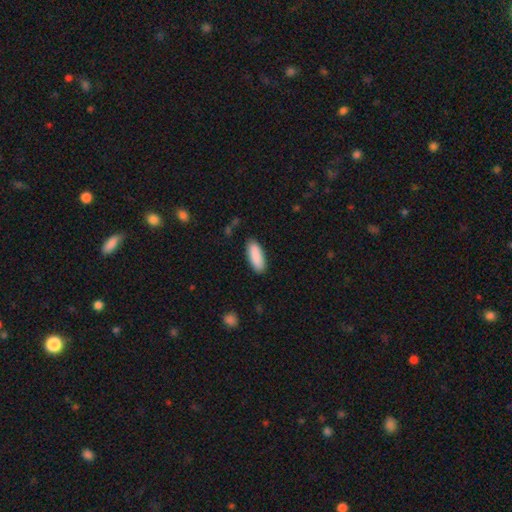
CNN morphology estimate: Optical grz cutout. It shows a smooth galaxy with no disk features (90%) that is in between round and cigar-shaped (70%). Merging: none (88%).